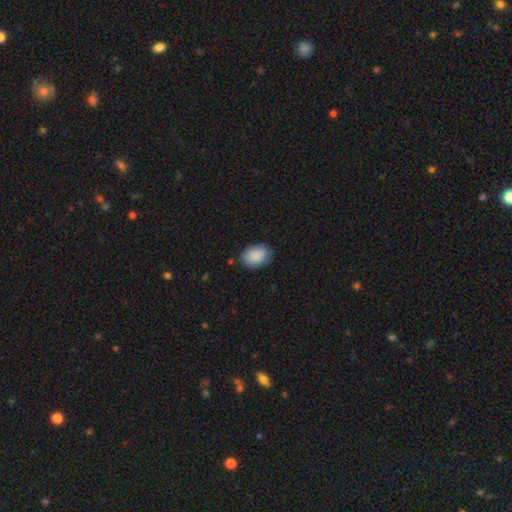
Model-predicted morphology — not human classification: smooth_or_featured: smooth (p=0.89) [alt: star or artifact p=0.06]
how_rounded: in between (p=0.81) [alt: round p=0.18]
merging: none (p=0.78) [alt: minor disturbance p=0.17]